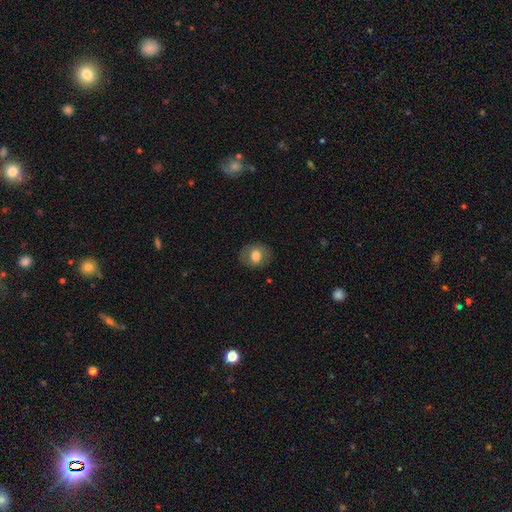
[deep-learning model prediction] Q: Smooth or featured?
A: smooth (72%); runner-up: featured or disk (20%)
Q: How rounded?
A: round (59%); runner-up: in between (40%)
Q: Merging?
A: none (82%); runner-up: minor disturbance (12%)